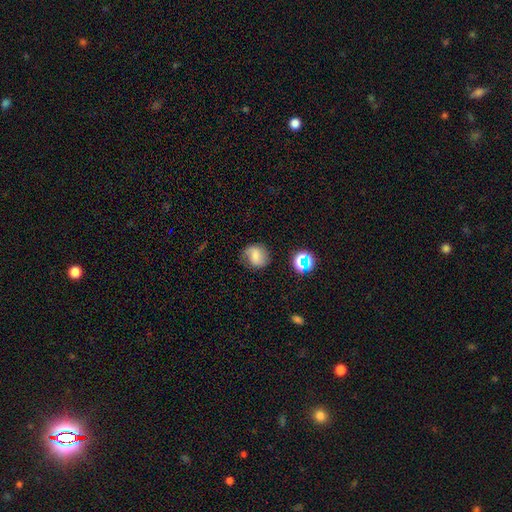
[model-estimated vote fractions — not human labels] This appears to be a smooth galaxy with no disk features (51%) that is round (76%). Merging: none (64%).